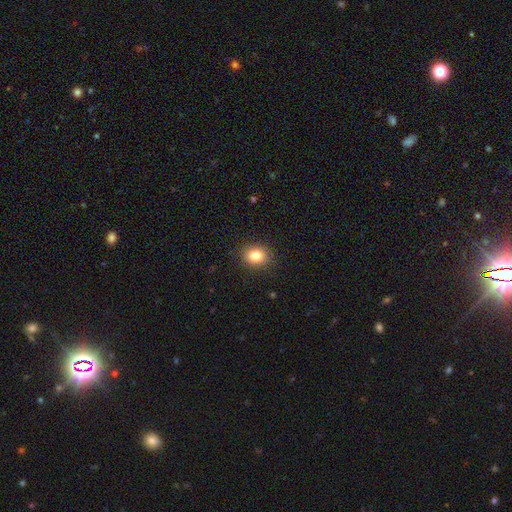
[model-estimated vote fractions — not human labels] Morphology: type=smooth (83%); roundness=round (62%); merging=none (89%).